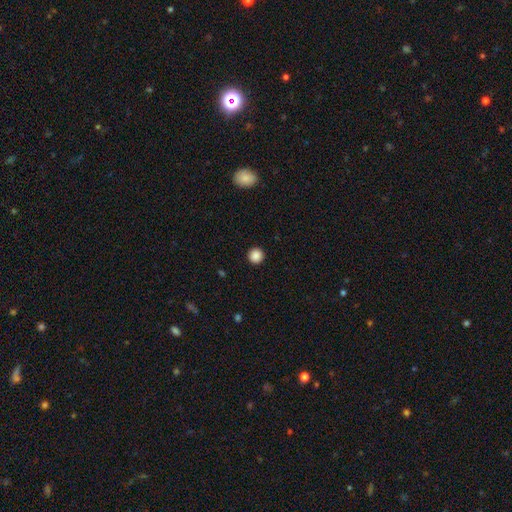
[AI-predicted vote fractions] This appears to be a smooth galaxy with no disk features (88%) that is round (96%). Merging: none (93%).